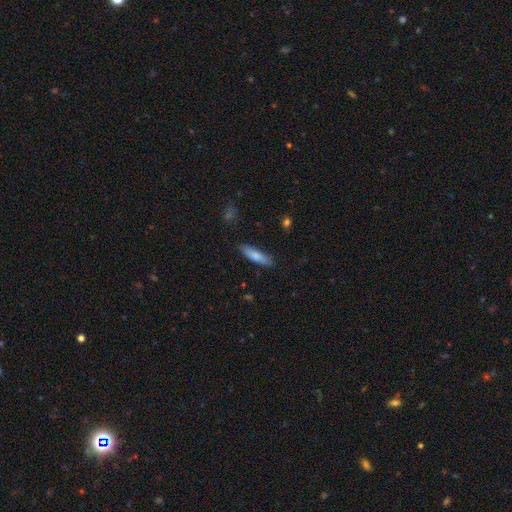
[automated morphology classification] smooth_or_featured: smooth (p=0.77) [alt: featured or disk p=0.17]
how_rounded: cigar-shaped (p=0.70) [alt: in between p=0.29]
merging: none (p=0.86) [alt: minor disturbance p=0.11]